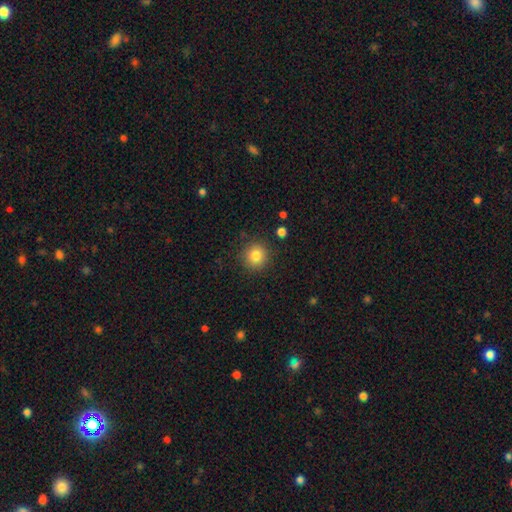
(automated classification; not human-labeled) smooth-or-featured: smooth: 82% | star or artifact: 11% | featured or disk: 7%
  how-rounded: round: 93% | in between: 6% | cigar-shaped: 1%
  merging: none: 89% | minor disturbance: 7% | major disturbance: 2% | merger: 2%